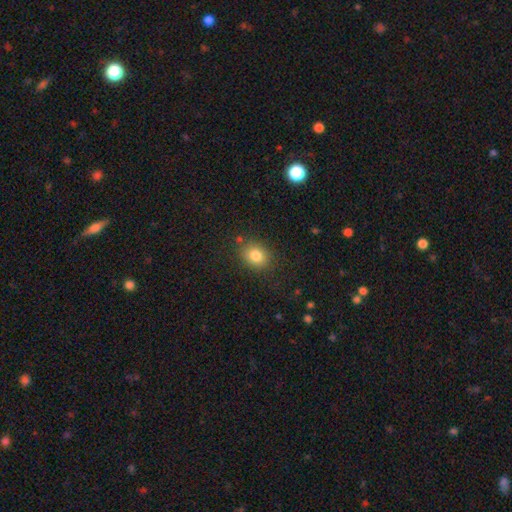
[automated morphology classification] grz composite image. It shows a smooth galaxy with no disk features (82%) that is round (50%). Merging: none (81%).